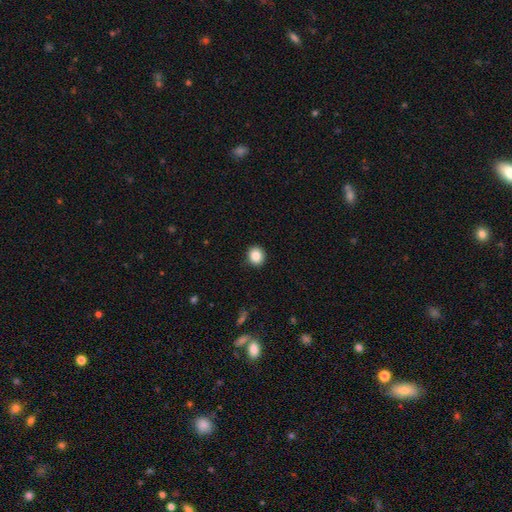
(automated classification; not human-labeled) This appears to be a smooth galaxy with no disk features (86%) that is round (79%). Merging: none (92%).